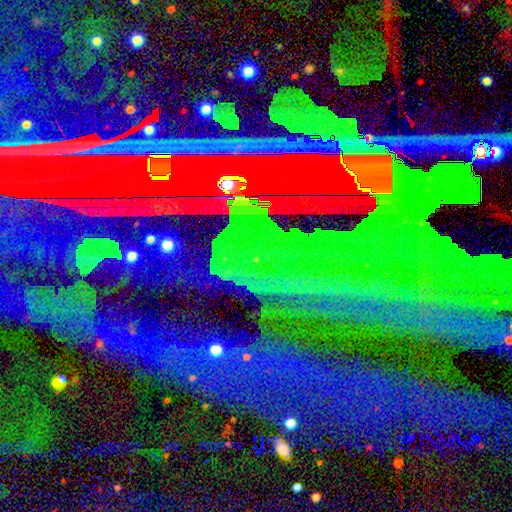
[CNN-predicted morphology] Smooth or featured? Predicted: star or artifact (p=0.79).